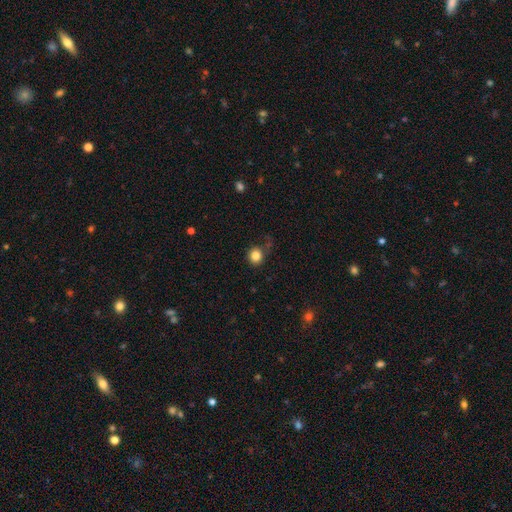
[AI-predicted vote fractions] Morphology: type=smooth (84%); roundness=round (87%); merging=none (77%).